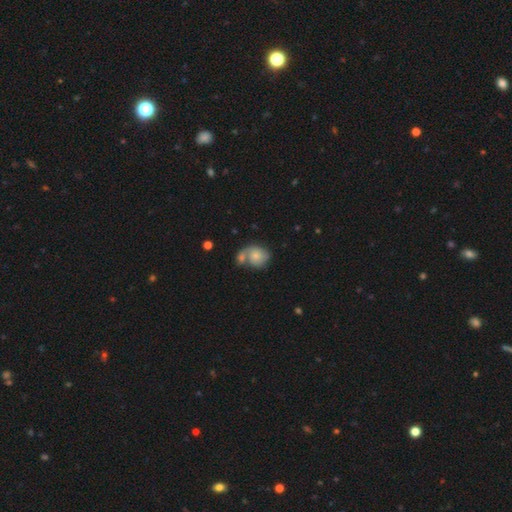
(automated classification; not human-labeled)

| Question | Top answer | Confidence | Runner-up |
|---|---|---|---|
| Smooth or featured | smooth | 55% | featured or disk (37%) |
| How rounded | round | 65% | in between (33%) |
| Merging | merger | 46% | none (30%) |